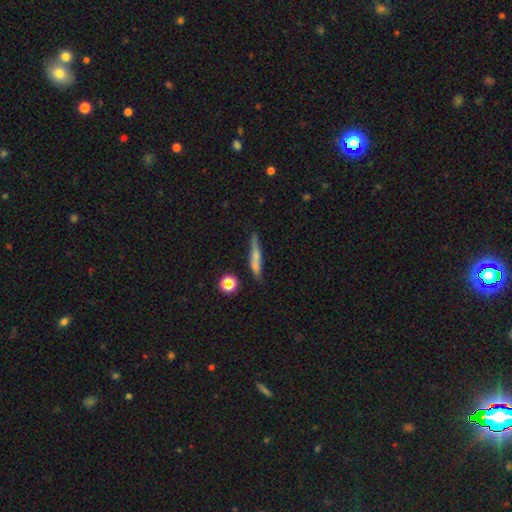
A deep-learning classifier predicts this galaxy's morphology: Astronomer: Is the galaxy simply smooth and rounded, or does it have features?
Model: smooth — 53% (runner-up: featured or disk, 38%).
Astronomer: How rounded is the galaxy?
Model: cigar-shaped — 89%.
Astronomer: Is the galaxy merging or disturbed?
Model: none — 72%.